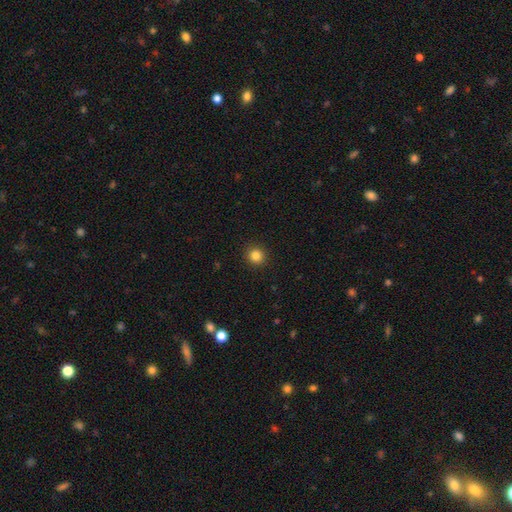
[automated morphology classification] A smooth galaxy with no disk features (84%) that is round (90%).

Vote fractions:
- Smooth or featured? smooth: 84% / star or artifact: 12% / featured or disk: 4%
- How rounded? round: 90% / in between: 9% / cigar-shaped: 1%
- Merging? none: 92% / minor disturbance: 5% / major disturbance: 2% / merger: 1%